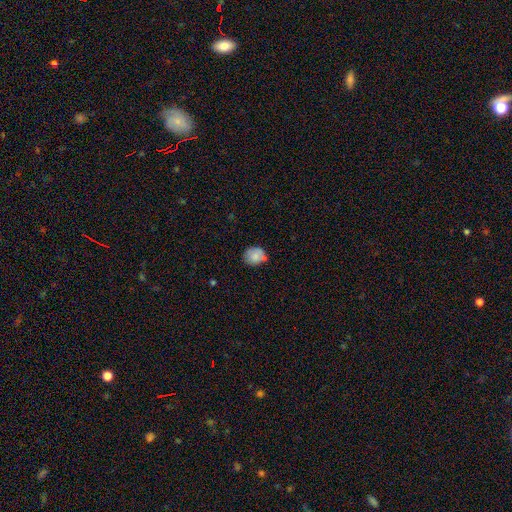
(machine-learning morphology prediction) Q: Smooth or featured?
A: smooth (79%); runner-up: featured or disk (13%)
Q: How rounded?
A: round (66%); runner-up: in between (33%)
Q: Merging?
A: none (63%); runner-up: minor disturbance (24%)